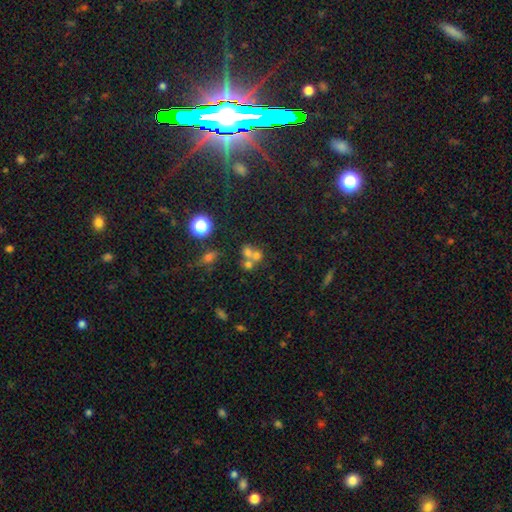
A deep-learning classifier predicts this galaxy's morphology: A smooth galaxy with no disk features (57%) that is round (73%). Merging: merger (58%).